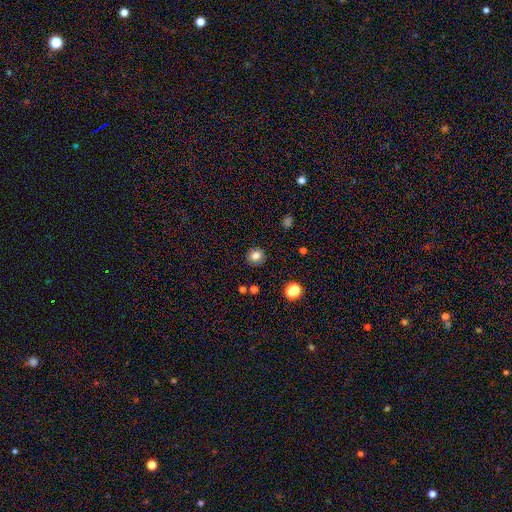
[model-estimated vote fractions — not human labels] Smooth or featured?
  - smooth: 81% *
  - star or artifact: 12%
  - featured or disk: 7%
How rounded?
  - round: 86% *
  - in between: 13%
  - cigar-shaped: 1%
Merging?
  - none: 87% *
  - minor disturbance: 9%
  - major disturbance: 3%
  - merger: 1%